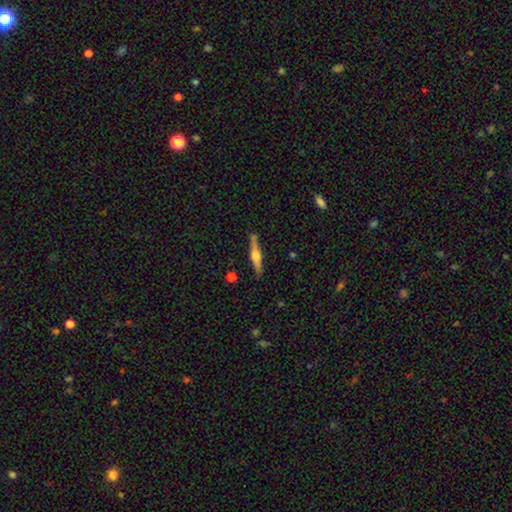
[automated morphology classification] A featured or disk galaxy (69%) viewed edge-on (98%) with a rounded central bulge (87%). Merging: none (85%).